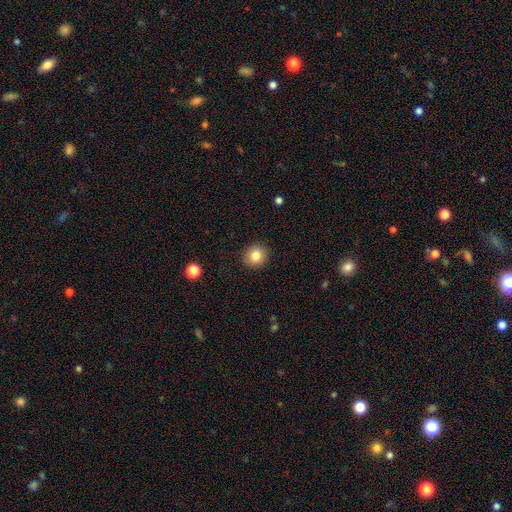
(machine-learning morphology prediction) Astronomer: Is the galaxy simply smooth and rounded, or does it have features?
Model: smooth — 83%.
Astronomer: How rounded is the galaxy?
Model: round — 87%.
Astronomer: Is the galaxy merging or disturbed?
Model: none — 91%.